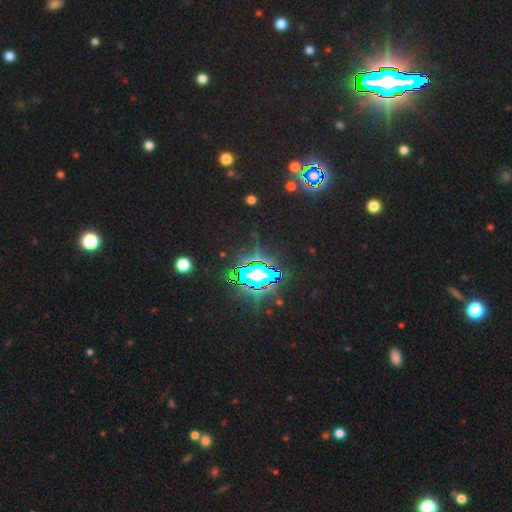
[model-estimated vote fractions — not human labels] A star or artifact, not a galaxy (81%).

Vote fractions:
- Smooth or featured? star or artifact: 81% / smooth: 10% / featured or disk: 8%